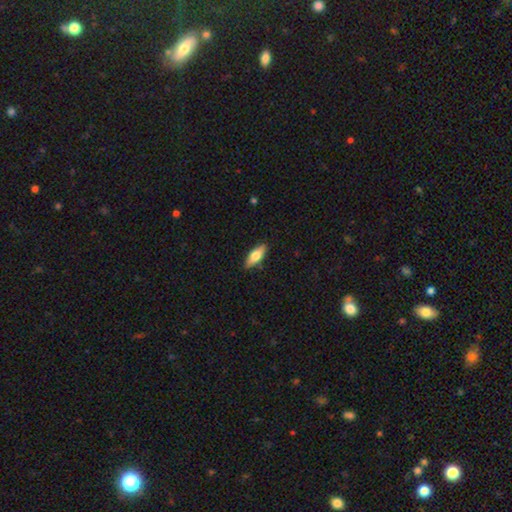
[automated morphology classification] Q: Smooth or featured?
A: smooth (66%); runner-up: featured or disk (28%)
Q: How rounded?
A: in between (67%); runner-up: cigar-shaped (30%)
Q: Merging?
A: none (87%); runner-up: minor disturbance (10%)